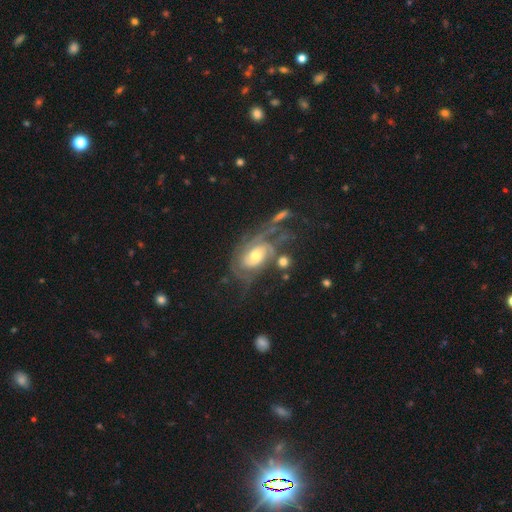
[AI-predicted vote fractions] Smooth or featured: featured or disk — 81% (smooth — 12%)
Edge-on disk: no — 96% (yes — 4%)
Bar: no — 69% (weak — 24%)
Spiral arms: yes — 89% (no — 11%)
Spiral winding: tight — 51% (medium — 34%)
Spiral arm count: can't tell — 34% (tied with 2 — 34%)
Bulge size: moderate — 65% (small — 22%)
Merging: major disturbance — 34% (tied with none — 34%)